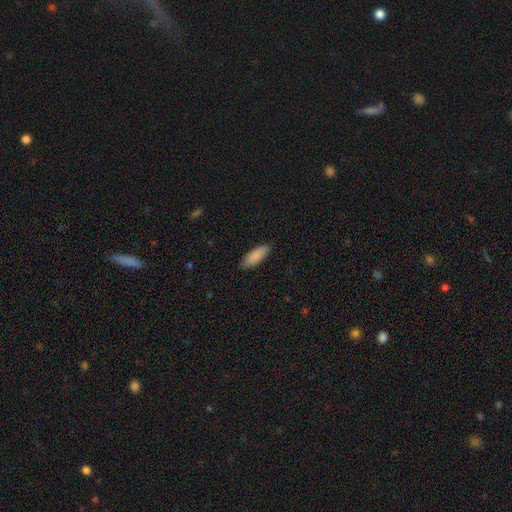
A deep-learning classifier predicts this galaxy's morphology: Overall: smooth (87%). How rounded: in between (70%). Merging: none (88%).